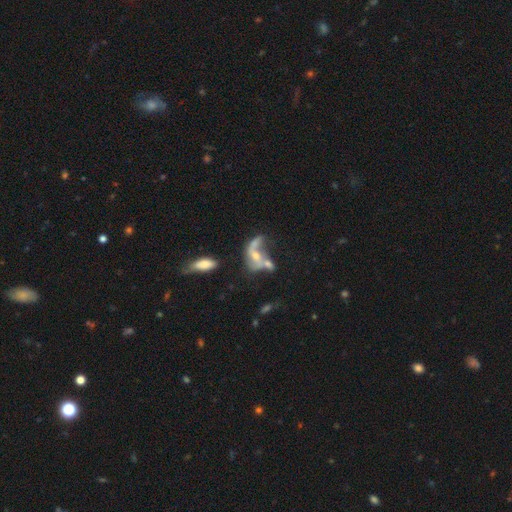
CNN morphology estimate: This appears to be a featured or disk galaxy (67%) with no bar (59%), spiral arms (69%) and a moderate central bulge (45%). Merging: merger (45%).